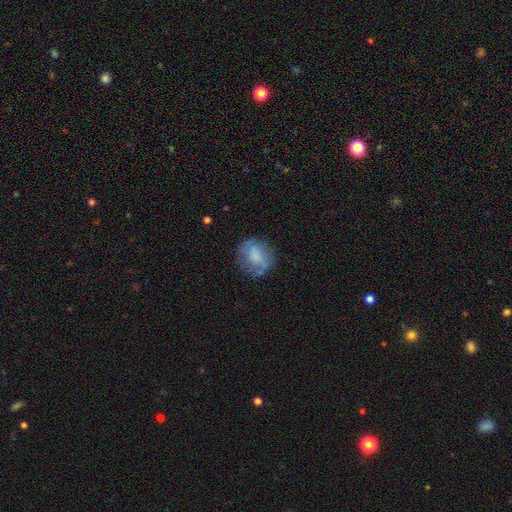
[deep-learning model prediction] Q: Smooth or featured?
A: smooth (66%); runner-up: featured or disk (25%)
Q: How rounded?
A: round (63%); runner-up: in between (36%)
Q: Merging?
A: none (67%); runner-up: minor disturbance (21%)